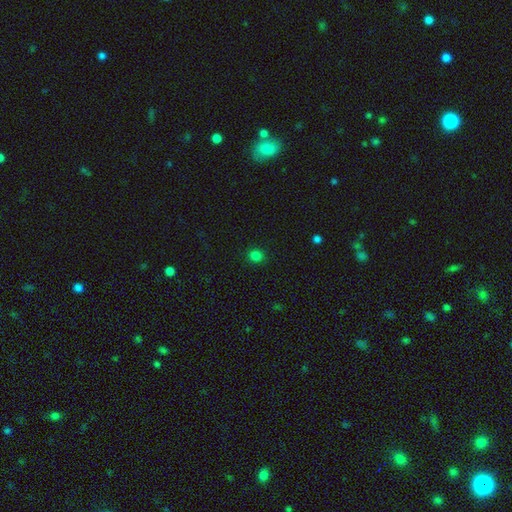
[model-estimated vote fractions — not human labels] A smooth galaxy with no disk features (81%) that is round (84%).

Vote fractions:
- Smooth or featured? smooth: 81% / star or artifact: 16% / featured or disk: 3%
- How rounded? round: 84% / in between: 15% / cigar-shaped: 1%
- Merging? none: 91% / minor disturbance: 6% / major disturbance: 2% / merger: 1%